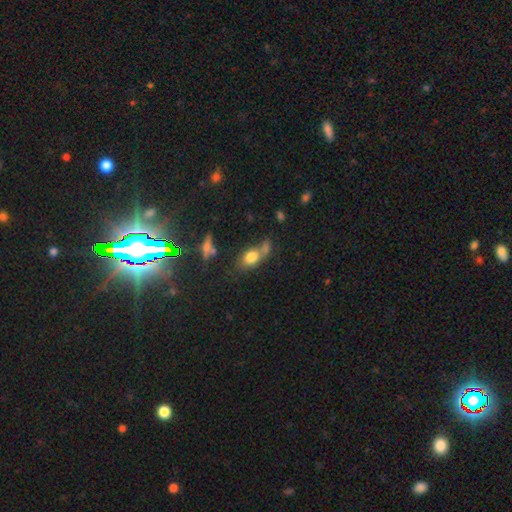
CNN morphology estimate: Smooth or featured? Predicted: smooth (p=0.56). How rounded? Predicted: in between (p=0.64). Merging? Predicted: none (p=0.49).